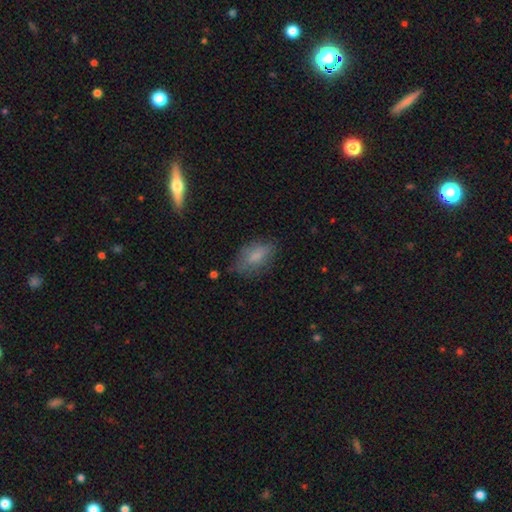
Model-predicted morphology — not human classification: smooth-or-featured: smooth: 74% | featured or disk: 17% | star or artifact: 9%
  how-rounded: in between: 85% | cigar-shaped: 10% | round: 5%
  merging: none: 63% | minor disturbance: 25% | major disturbance: 9% | merger: 2%